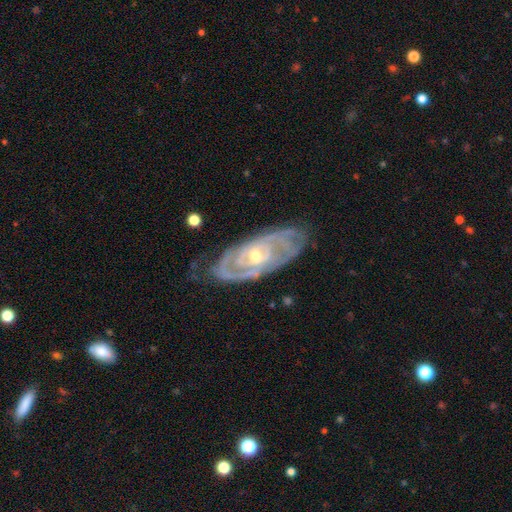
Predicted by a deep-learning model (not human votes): Overall: featured or disk (89%). Edge-on disk: no (92%). Bar: no (58%; weak 31%). Spiral arms: yes (94%). Spiral arm count: 2 (41%; can't tell 28%). Spiral winding: tight (72%). Bulge size: moderate (49%; small 47%). Merging: none (73%).